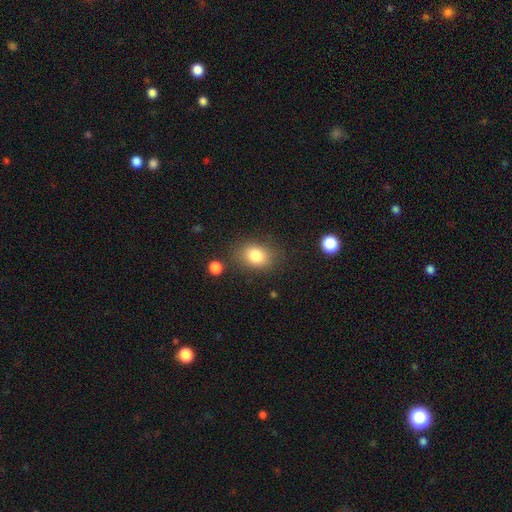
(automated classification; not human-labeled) Smooth or featured?
  - smooth: 81% *
  - star or artifact: 10%
  - featured or disk: 9%
How rounded?
  - in between: 66% *
  - round: 33%
  - cigar-shaped: 1%
Merging?
  - none: 78% *
  - minor disturbance: 14%
  - major disturbance: 5%
  - merger: 3%